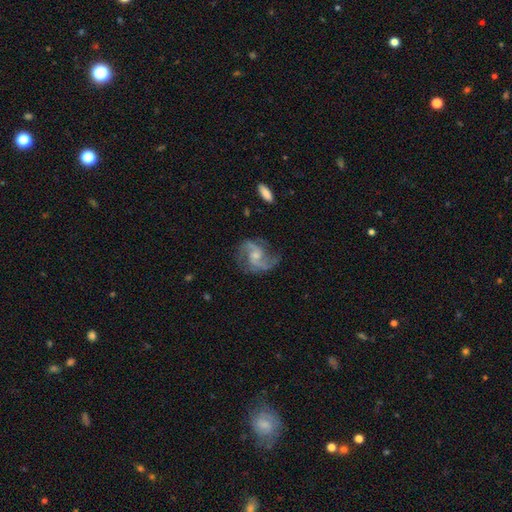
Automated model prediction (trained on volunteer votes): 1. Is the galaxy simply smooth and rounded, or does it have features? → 88% featured or disk, 7% smooth, 5% star or artifact.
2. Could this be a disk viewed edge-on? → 98% no, 2% yes.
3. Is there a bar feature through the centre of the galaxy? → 50% no, 42% weak, 8% strong.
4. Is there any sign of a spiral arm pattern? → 97% yes, 3% no.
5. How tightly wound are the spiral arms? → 51% medium, 37% loose, 12% tight.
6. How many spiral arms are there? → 85% 2, 6% 3, 4% can't tell, 2% 1, 2% 4, 2% more than 4.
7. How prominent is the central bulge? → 46% small, 37% moderate, 12% none, 3% large, 1% dominant.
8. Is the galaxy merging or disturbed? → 69% none, 18% minor disturbance, 11% major disturbance, 2% merger.